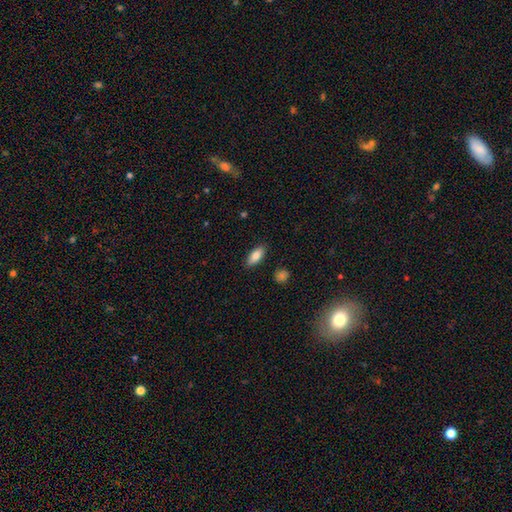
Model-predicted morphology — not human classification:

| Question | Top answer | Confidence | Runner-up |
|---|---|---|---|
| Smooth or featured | smooth | 86% | featured or disk (8%) |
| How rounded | in between | 85% | cigar-shaped (12%) |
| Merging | none | 88% | minor disturbance (9%) |